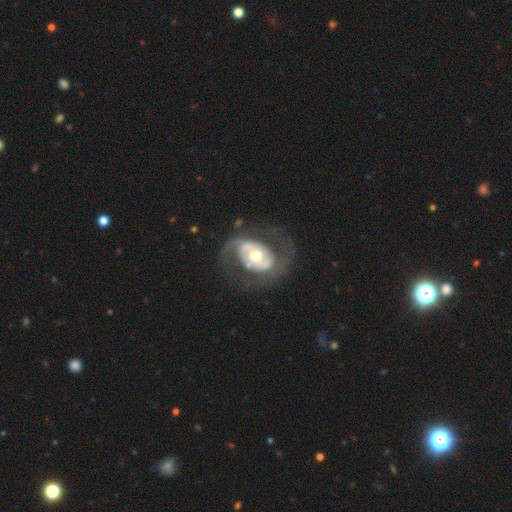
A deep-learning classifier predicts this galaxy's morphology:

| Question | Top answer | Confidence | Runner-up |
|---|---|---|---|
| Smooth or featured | featured or disk | 79% | smooth (17%) |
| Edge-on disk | no | 96% | yes (4%) |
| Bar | no | 61% | weak (25%) |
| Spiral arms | yes | 71% | no (29%) |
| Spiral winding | medium | 44% | loose (31%) |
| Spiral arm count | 2 | 81% | can't tell (9%) |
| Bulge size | moderate | 72% | large (15%) |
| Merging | none | 65% | major disturbance (19%) |